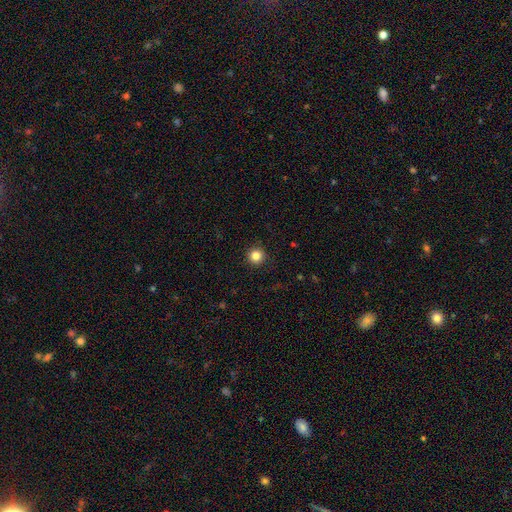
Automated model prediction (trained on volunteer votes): Smooth or featured? smooth (85%)
How rounded? round (95%)
Merging? none (92%)